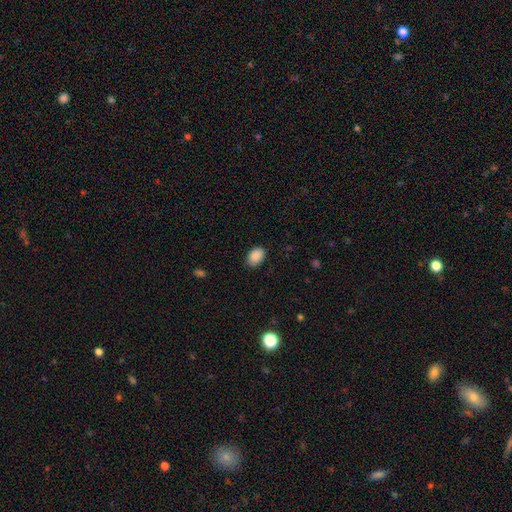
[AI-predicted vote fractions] A smooth galaxy with no disk features (89%) that is in between round and cigar-shaped (82%). Merging: none (84%).